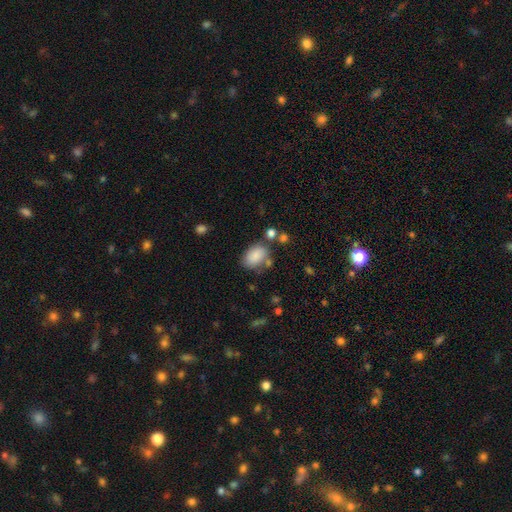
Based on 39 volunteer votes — This appears to be a smooth galaxy with no disk features (95%) that is in between round and cigar-shaped (86%). Merging: none (79%).